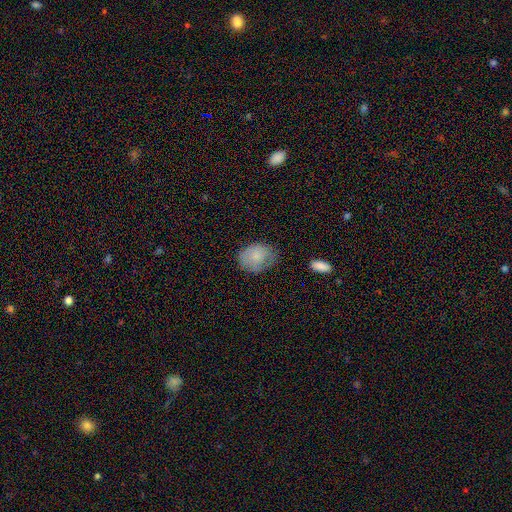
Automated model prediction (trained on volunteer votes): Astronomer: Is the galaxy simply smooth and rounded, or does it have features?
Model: smooth — 76%.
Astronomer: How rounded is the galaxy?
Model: in between — 54% (runner-up: round, 45%).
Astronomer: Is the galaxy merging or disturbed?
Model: none — 60%.